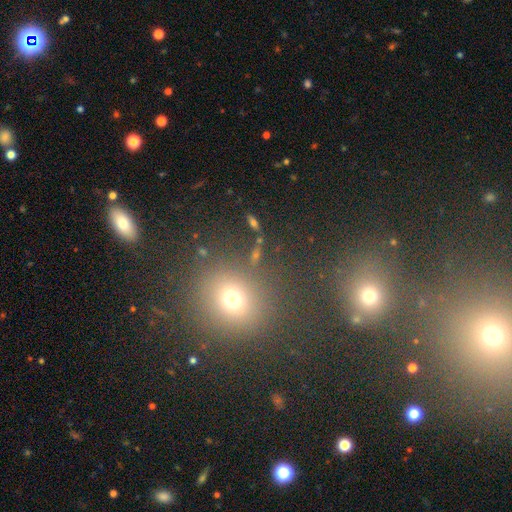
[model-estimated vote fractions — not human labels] Morphology: type=smooth (52%); roundness=round (70%); merging=none (80%).